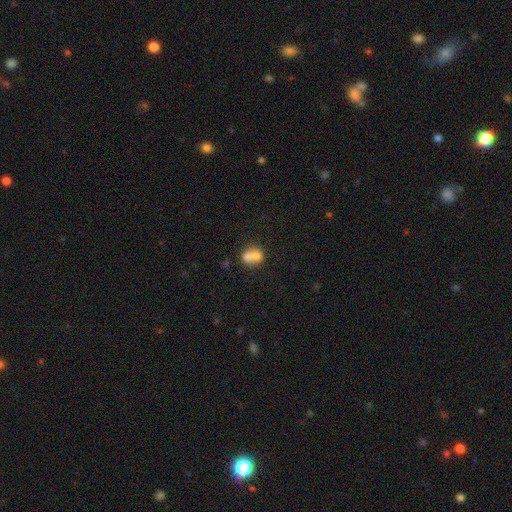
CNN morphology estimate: This is likely a smooth galaxy (70%). How rounded: likely round (66%). Merging: likely merger (68%).